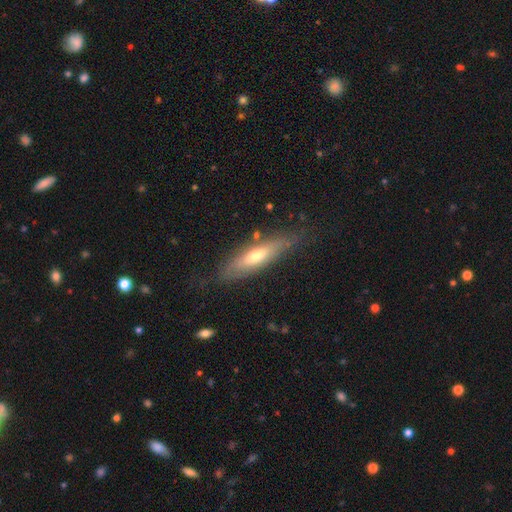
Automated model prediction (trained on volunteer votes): A smooth galaxy with no disk features (47%).

Vote fractions:
- Smooth or featured? smooth: 47% / featured or disk: 46% / star or artifact: 7%
- Merging? none: 76% / minor disturbance: 17% / major disturbance: 5% / merger: 3%